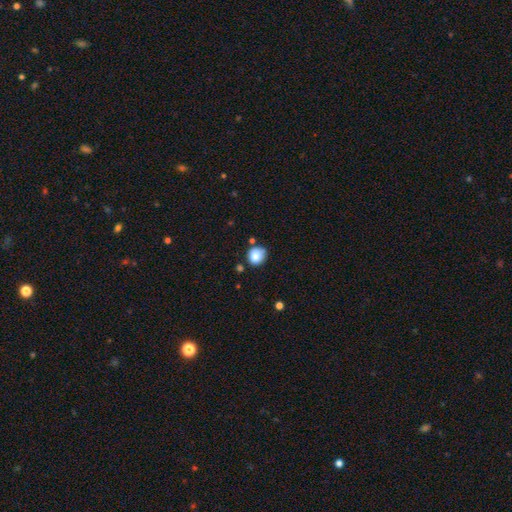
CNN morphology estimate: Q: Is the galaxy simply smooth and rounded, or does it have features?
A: smooth — 86%.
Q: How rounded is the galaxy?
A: round — 84%.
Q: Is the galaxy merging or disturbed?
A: none — 70%.